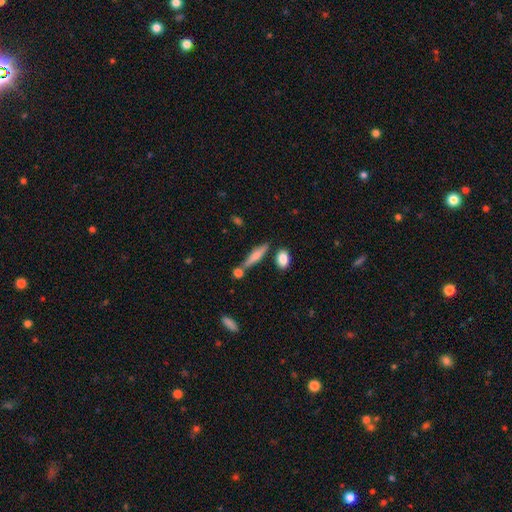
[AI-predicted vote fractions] This appears to be a smooth galaxy with no disk features (56%) that is cigar-shaped (80%). Merging: none (71%).